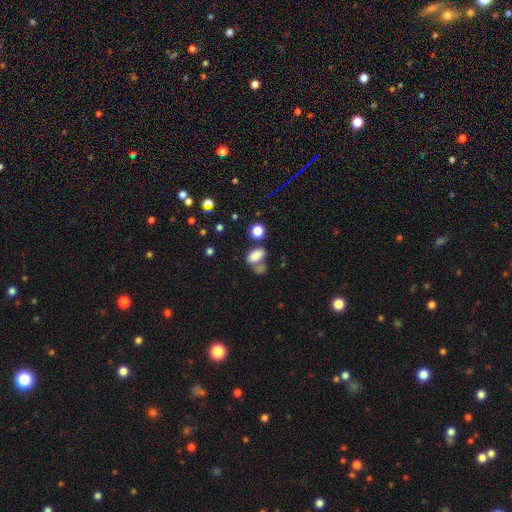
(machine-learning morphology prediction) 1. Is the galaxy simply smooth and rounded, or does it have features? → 79% smooth, 12% star or artifact, 9% featured or disk.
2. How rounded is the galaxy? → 85% in between, 12% round, 3% cigar-shaped.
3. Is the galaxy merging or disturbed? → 37% none, 36% merger, 15% minor disturbance, 11% major disturbance.